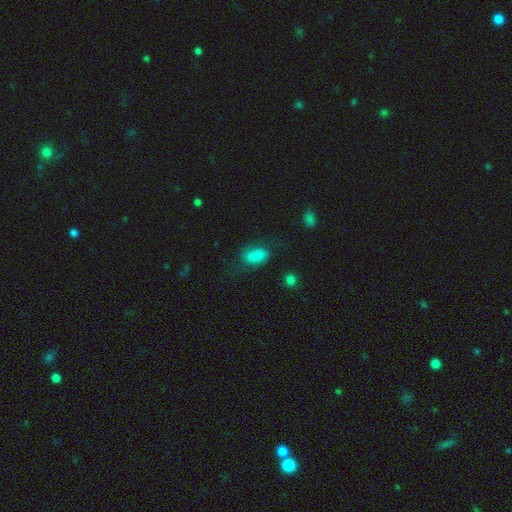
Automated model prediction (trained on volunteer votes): Q: Smooth or featured?
A: smooth (78%); runner-up: featured or disk (12%)
Q: How rounded?
A: in between (87%); runner-up: round (8%)
Q: Merging?
A: none (52%); runner-up: minor disturbance (25%)